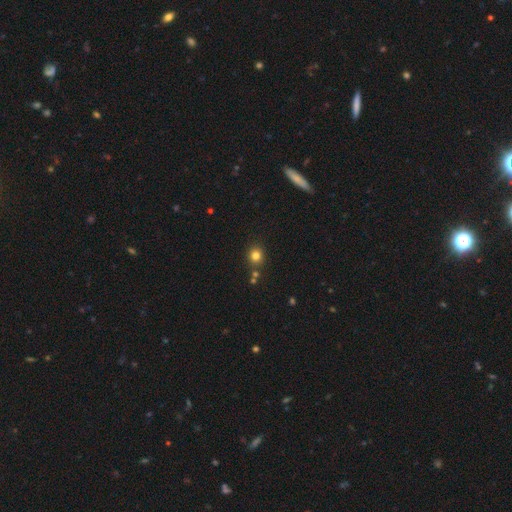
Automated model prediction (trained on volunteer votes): Smooth or featured? smooth (79%)
How rounded? round (83%)
Merging? none (79%)